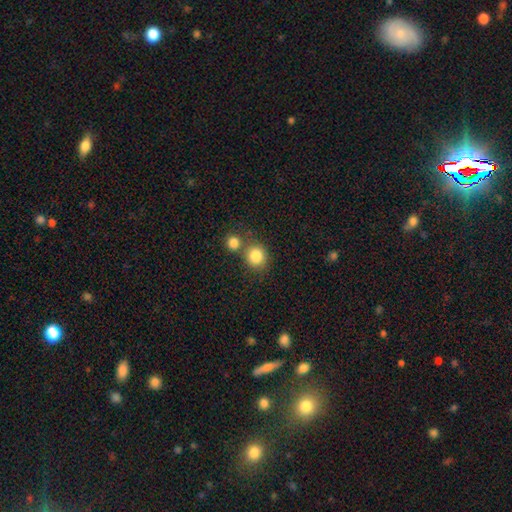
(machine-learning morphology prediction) Overall: smooth (84%). How rounded: round (85%). Merging: none (62%; merger 26%).